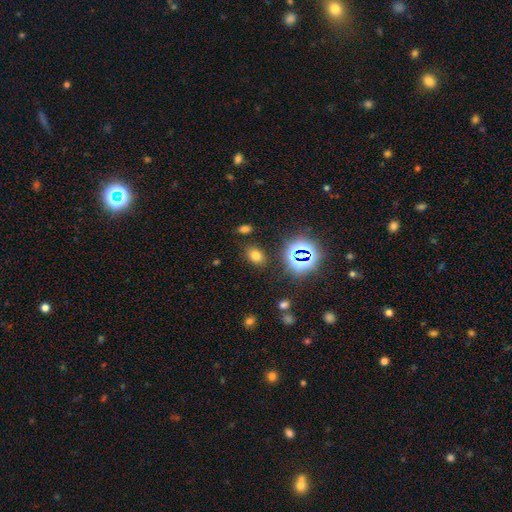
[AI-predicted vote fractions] smooth 68%, star or artifact 24%, featured or disk 8%. Down the decision tree: how rounded — in between (73%); merging — none (84%).